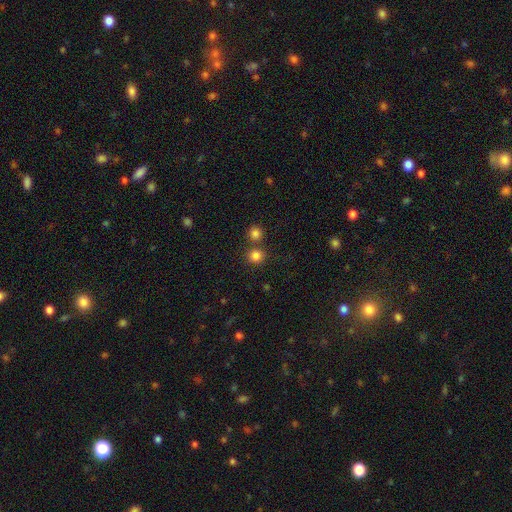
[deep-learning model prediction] Overall: smooth (82%). How rounded: round (90%). Merging: none (69%).